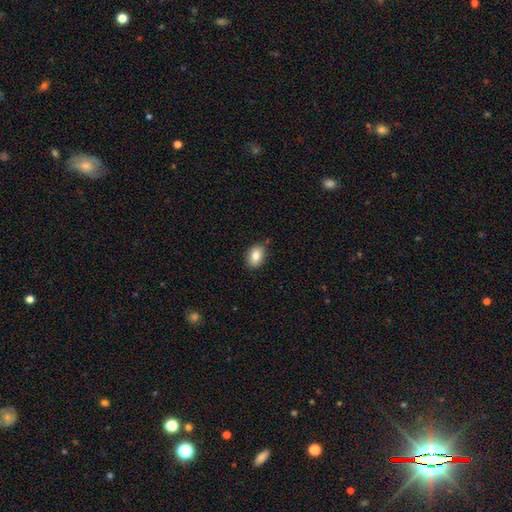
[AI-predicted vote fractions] This appears to be a smooth galaxy with no disk features (84%) that is in between round and cigar-shaped (80%). Merging: none (84%).